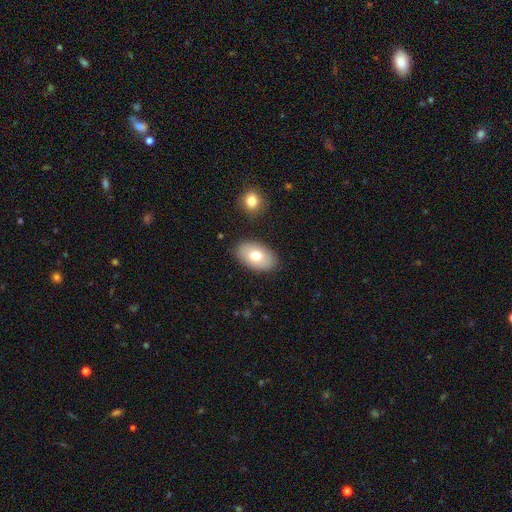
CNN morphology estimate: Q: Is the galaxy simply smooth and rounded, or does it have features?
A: smooth — 72%.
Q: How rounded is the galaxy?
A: in between — 92%.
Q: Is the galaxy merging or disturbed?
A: none — 86%.